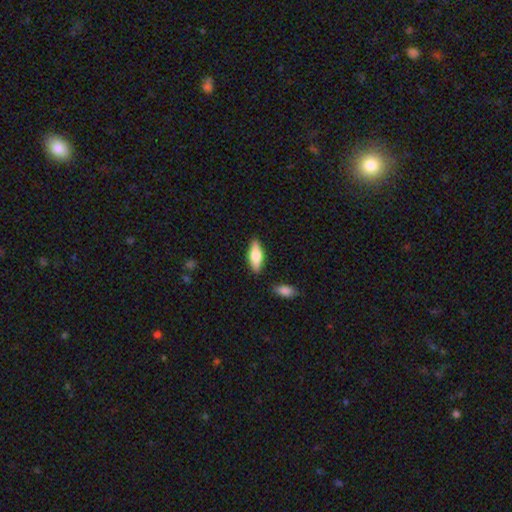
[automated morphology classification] smooth_or_featured: smooth (p=0.61) [alt: featured or disk p=0.33]
how_rounded: in between (p=0.63) [alt: cigar-shaped p=0.35]
merging: none (p=0.83) [alt: minor disturbance p=0.11]